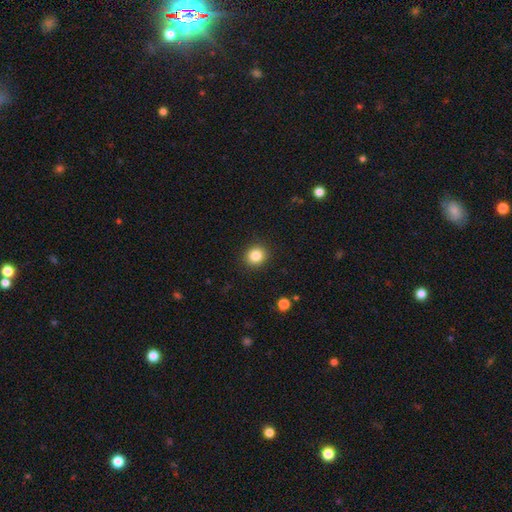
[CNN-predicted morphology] Q: Smooth or featured?
A: smooth (84%); runner-up: star or artifact (11%)
Q: How rounded?
A: round (85%); runner-up: in between (14%)
Q: Merging?
A: none (91%); runner-up: minor disturbance (6%)